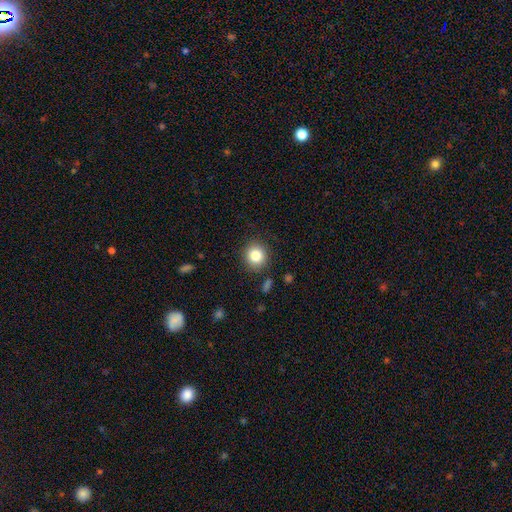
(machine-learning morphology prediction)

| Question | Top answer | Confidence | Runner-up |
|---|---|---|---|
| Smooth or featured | smooth | 83% | star or artifact (10%) |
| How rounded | round | 89% | in between (10%) |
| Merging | none | 88% | minor disturbance (8%) |